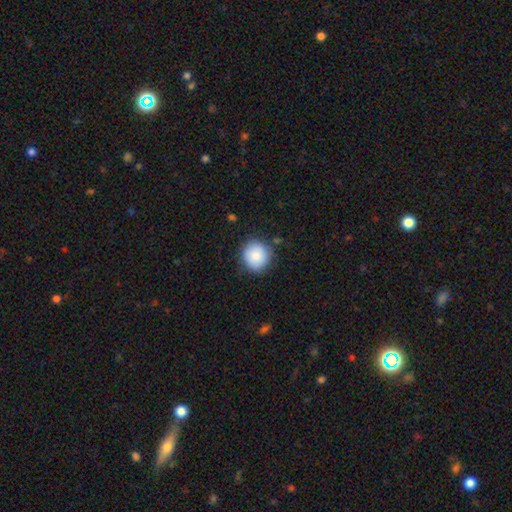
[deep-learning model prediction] smooth_or_featured: smooth (p=0.86) [alt: star or artifact p=0.07]
how_rounded: round (p=0.88) [alt: in between p=0.11]
merging: none (p=0.83) [alt: minor disturbance p=0.13]